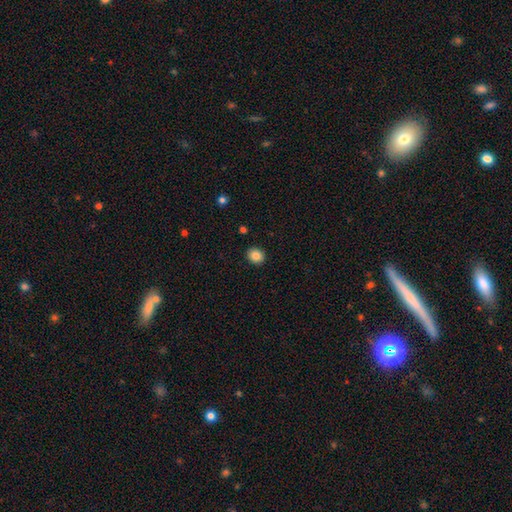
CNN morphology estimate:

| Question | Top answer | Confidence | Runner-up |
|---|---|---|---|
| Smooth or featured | smooth | 85% | star or artifact (9%) |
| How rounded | round | 77% | in between (22%) |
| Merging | none | 92% | minor disturbance (6%) |